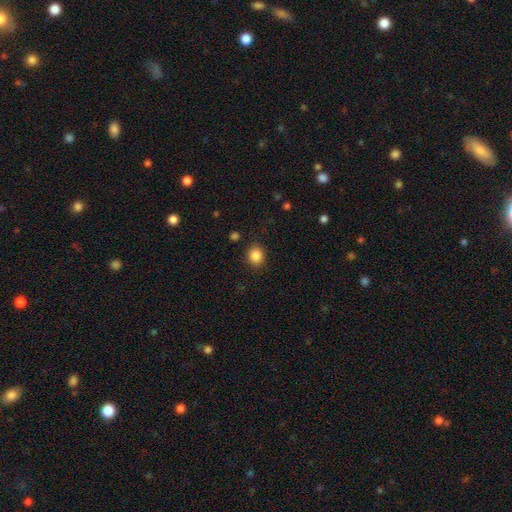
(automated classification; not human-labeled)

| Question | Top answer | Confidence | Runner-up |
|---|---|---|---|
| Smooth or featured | smooth | 85% | star or artifact (10%) |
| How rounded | round | 79% | in between (20%) |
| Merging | none | 88% | minor disturbance (7%) |